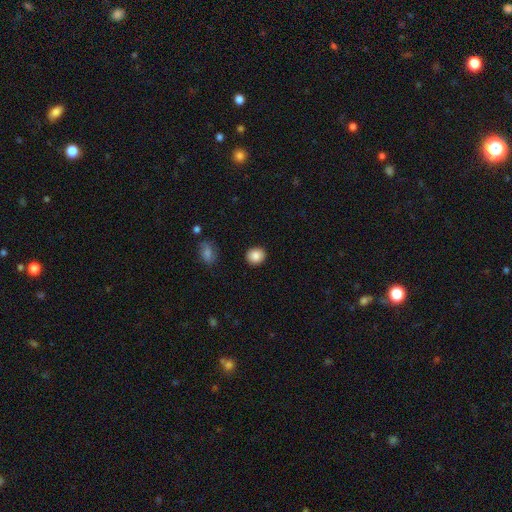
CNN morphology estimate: Smooth or featured? smooth (87%)
How rounded? round (80%)
Merging? none (90%)